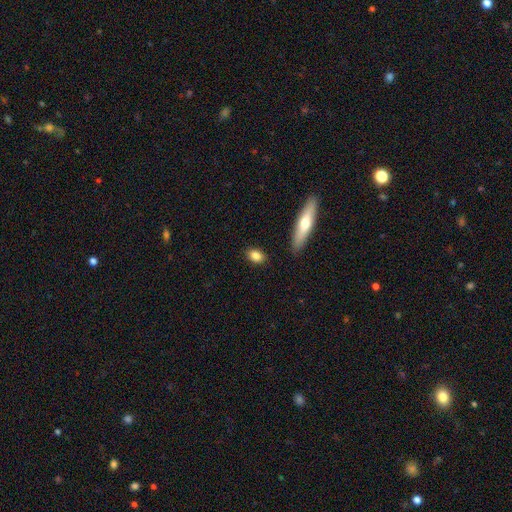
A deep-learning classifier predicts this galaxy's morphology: The model was most divided on "how rounded": in between: 76%, round: 18%, cigar-shaped: 7%. More confident: merging — none (87%); smooth or featured — smooth (83%).